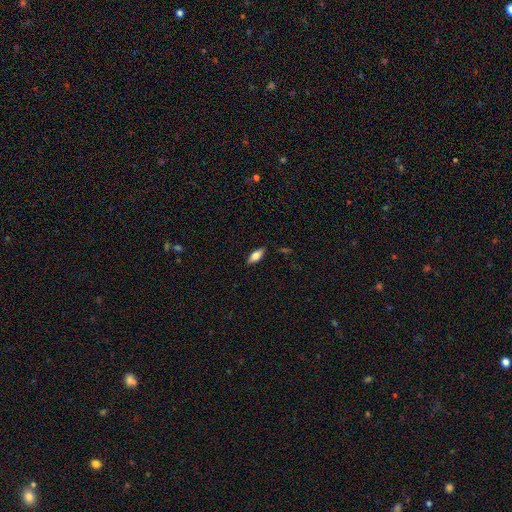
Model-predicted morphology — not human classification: Smooth or featured? Predicted: smooth (p=0.72). How rounded? Predicted: in between (p=0.80). Merging? Predicted: none (p=0.86).